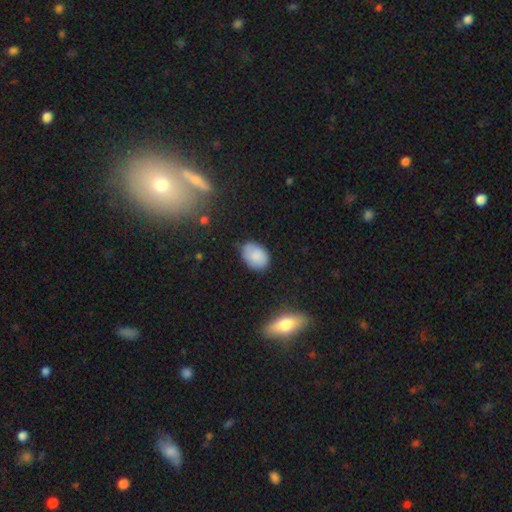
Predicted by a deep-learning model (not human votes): The model was most divided on "merging": none: 77%, minor disturbance: 18%, major disturbance: 3%, merger: 2%. More confident: smooth or featured — smooth (84%); how rounded — in between (81%).